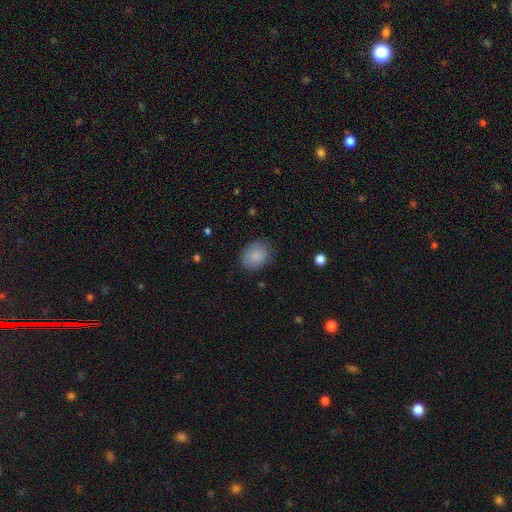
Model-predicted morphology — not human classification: Overall: smooth (85%). How rounded: in between (56%; round 43%). Merging: none (81%).